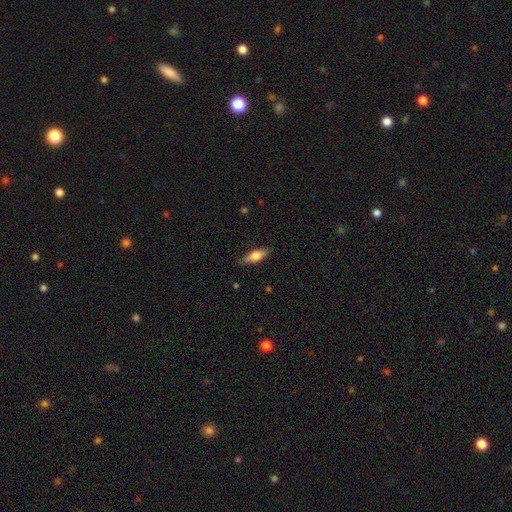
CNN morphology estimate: smooth 62%, featured or disk 32%, star or artifact 6%. Down the decision tree: how rounded — in between (59%); merging — none (83%).